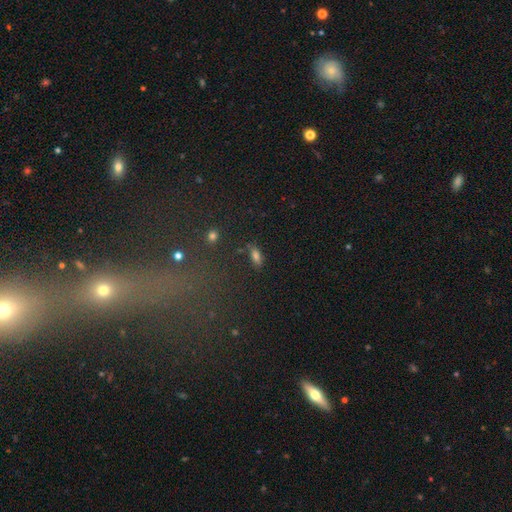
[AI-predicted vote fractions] smooth_or_featured: smooth (p=0.77) [alt: star or artifact p=0.13]
how_rounded: in between (p=0.82) [alt: cigar-shaped p=0.13]
merging: none (p=0.74) [alt: minor disturbance p=0.16]